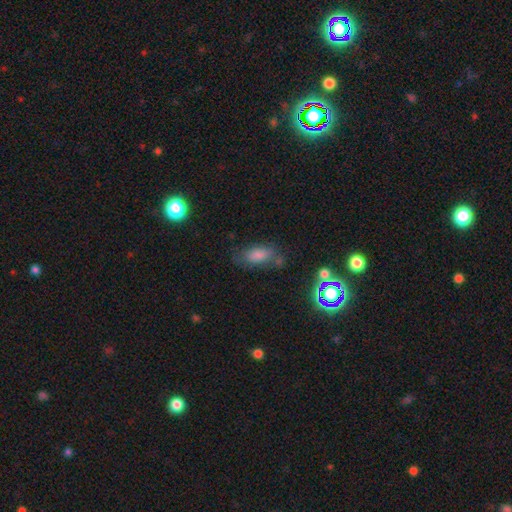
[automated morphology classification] A smooth galaxy with no disk features (61%) that is in between round and cigar-shaped (82%). Merging: none (65%).